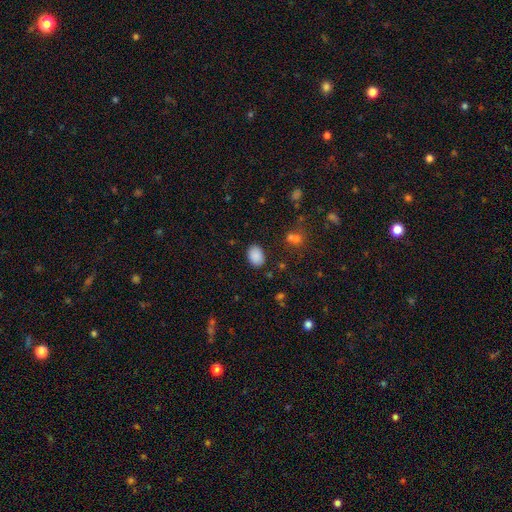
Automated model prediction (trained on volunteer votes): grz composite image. It shows a smooth galaxy with no disk features (88%) that is in between round and cigar-shaped (76%). Merging: none (85%).